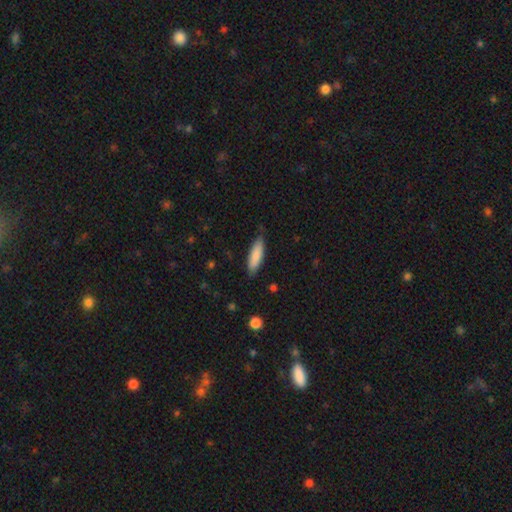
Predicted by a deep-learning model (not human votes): Overall: smooth (85%). How rounded: cigar-shaped (56%; in between 43%). Merging: none (81%).